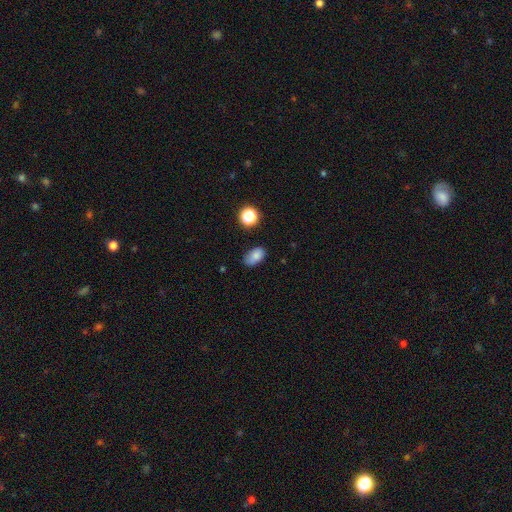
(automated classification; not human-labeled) Smooth or featured? Predicted: smooth (p=0.81). How rounded? Predicted: in between (p=0.89). Merging? Predicted: none (p=0.75).